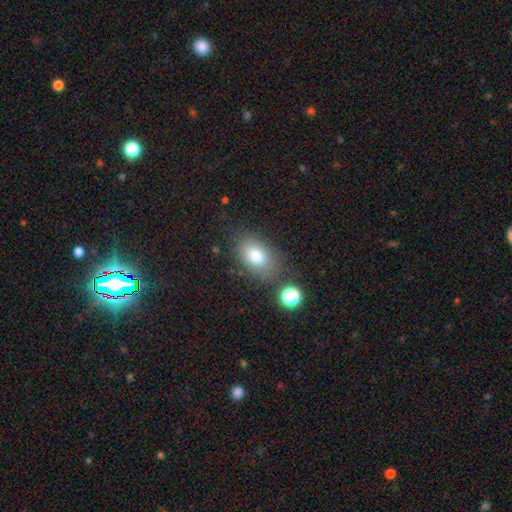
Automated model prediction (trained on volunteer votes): The model was most divided on "merging": none: 74%, minor disturbance: 15%, merger: 5%, major disturbance: 5%. More confident: how rounded — in between (83%); smooth or featured — smooth (78%).